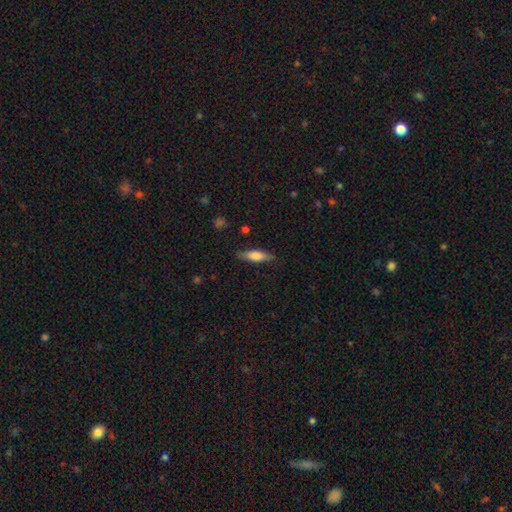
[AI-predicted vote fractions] smooth-or-featured: smooth: 65% | featured or disk: 29% | star or artifact: 6%
  how-rounded: cigar-shaped: 59% | in between: 39% | round: 2%
  merging: none: 84% | minor disturbance: 12% | major disturbance: 3% | merger: 1%